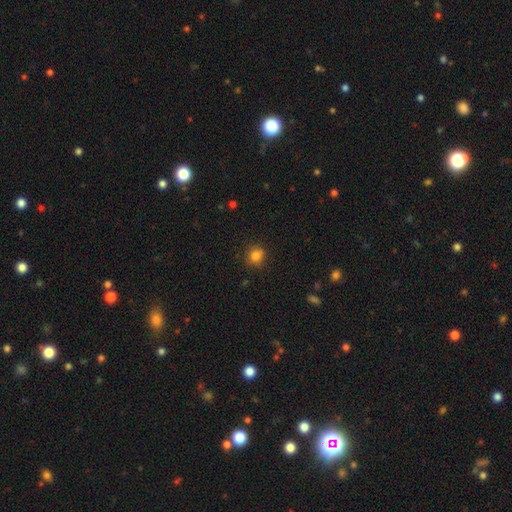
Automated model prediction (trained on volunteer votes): smooth_or_featured: smooth (p=0.82) [alt: star or artifact p=0.12]
how_rounded: round (p=0.82) [alt: in between p=0.17]
merging: none (p=0.84) [alt: minor disturbance p=0.12]